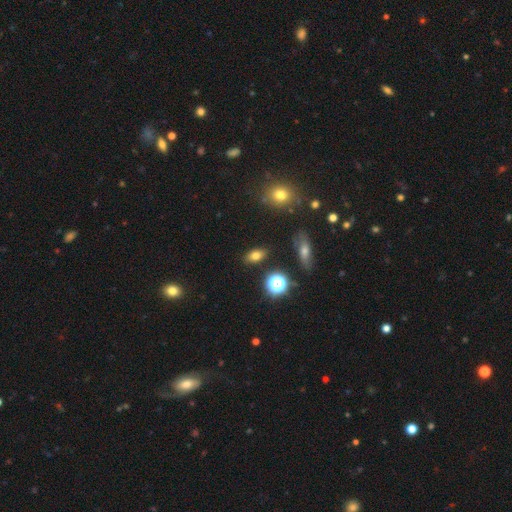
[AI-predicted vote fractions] This appears to be a smooth galaxy with no disk features (72%) that is in between round and cigar-shaped (80%). Merging: none (86%).